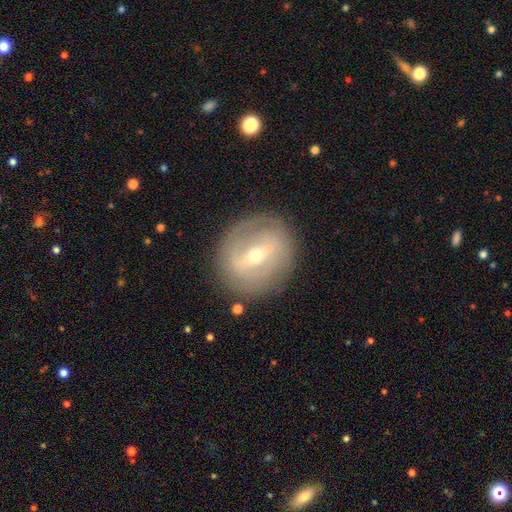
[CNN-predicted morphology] Overall: featured or disk (71%). Edge-on disk: no (91%). Bar: strong (47%; weak 38%). Spiral arms: no (53%; yes 47%). Bulge size: small (53%; moderate 44%). Merging: none (81%).